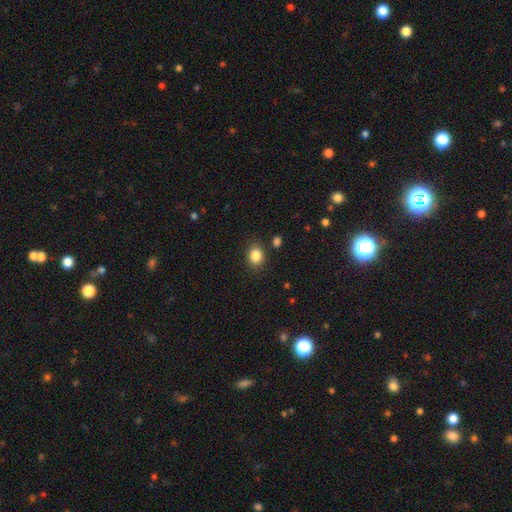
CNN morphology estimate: Overall: smooth (85%). How rounded: round (53%; in between 46%). Merging: none (84%).